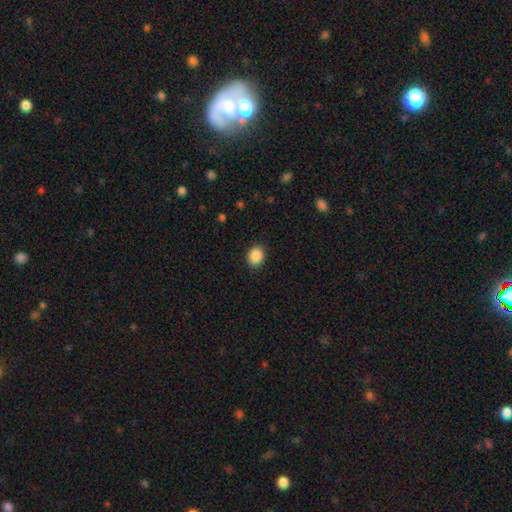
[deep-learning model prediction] A smooth galaxy with no disk features (88%) that is round (65%). Merging: none (90%).